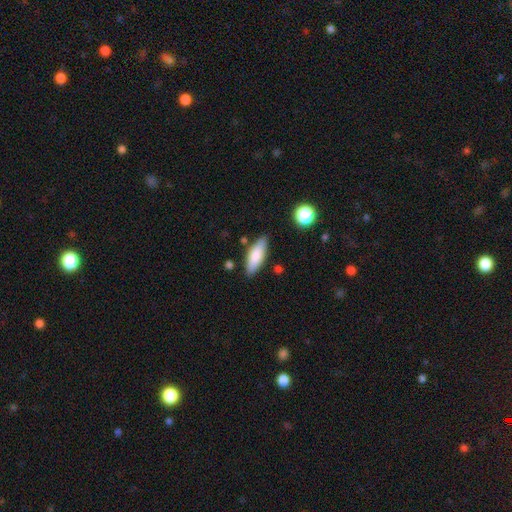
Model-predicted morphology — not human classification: This appears to be a smooth galaxy with no disk features (78%) that is in between round and cigar-shaped (65%). Merging: none (81%).